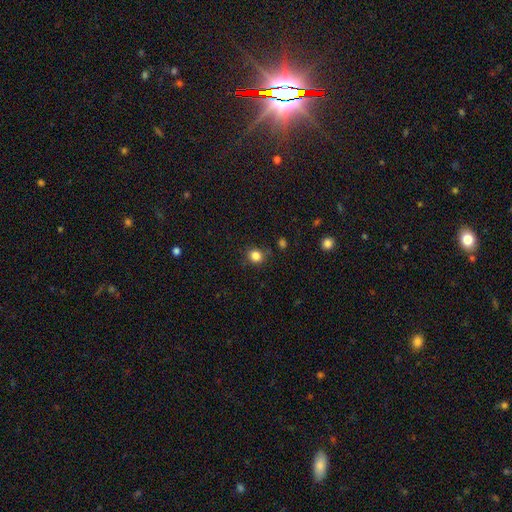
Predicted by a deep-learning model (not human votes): Smooth or featured? Predicted: smooth (p=0.83). How rounded? Predicted: round (p=0.83). Merging? Predicted: none (p=0.81).